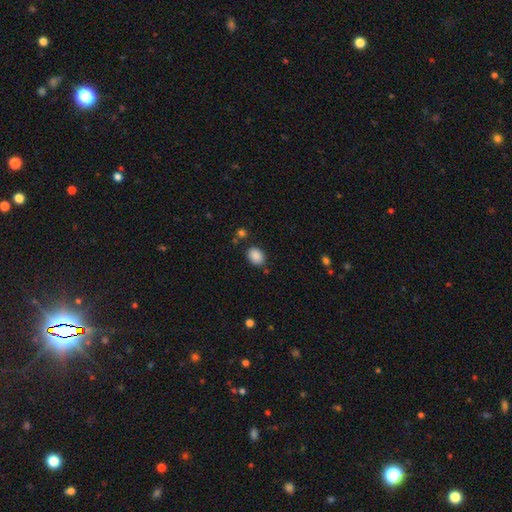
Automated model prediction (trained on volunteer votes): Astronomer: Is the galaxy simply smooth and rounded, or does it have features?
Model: smooth — 88%.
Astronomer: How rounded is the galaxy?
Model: in between — 61% (runner-up: round, 38%).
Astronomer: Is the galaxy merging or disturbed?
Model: none — 81%.